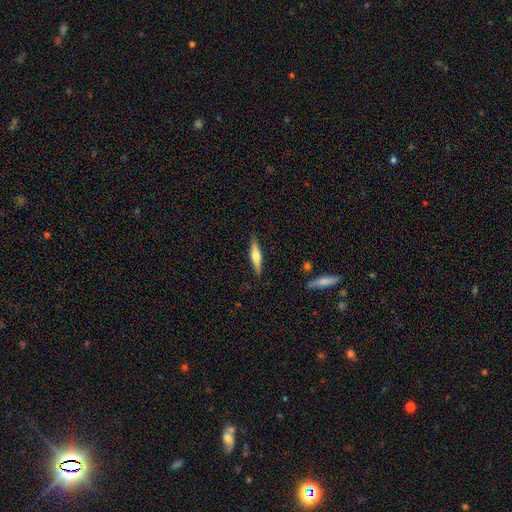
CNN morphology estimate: This appears to be a featured or disk galaxy (61%) viewed edge-on (97%) with a rounded central bulge (88%). Merging: none (89%).